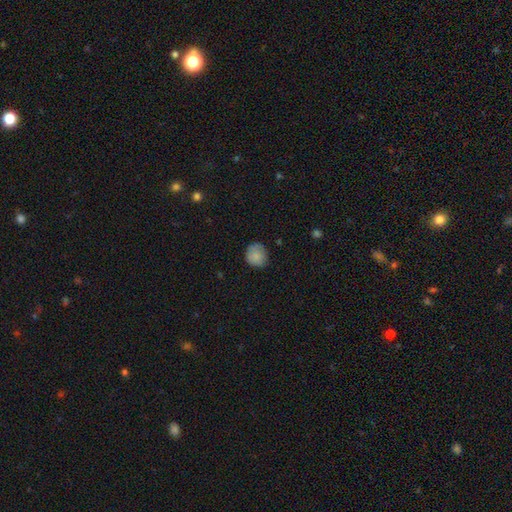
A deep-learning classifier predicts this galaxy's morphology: smooth 84%, star or artifact 8%, featured or disk 8%. Down the decision tree: how rounded — round (86%); merging — none (76%).